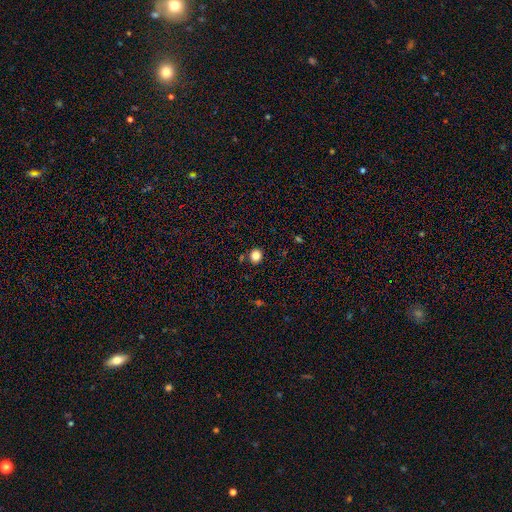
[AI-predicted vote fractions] Smooth or featured: smooth — 83% (star or artifact — 12%)
How rounded: round — 86% (in between — 13%)
Merging: none — 87% (minor disturbance — 7%)